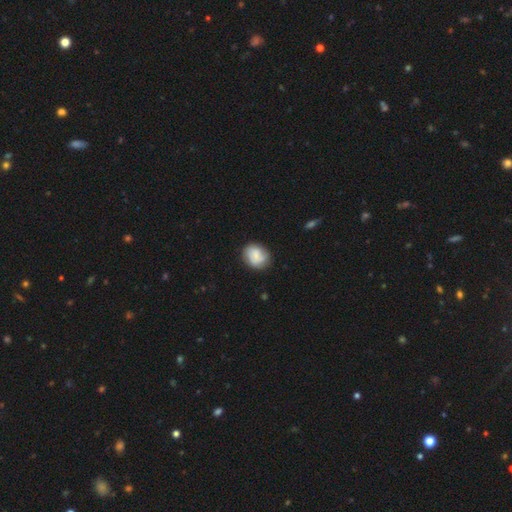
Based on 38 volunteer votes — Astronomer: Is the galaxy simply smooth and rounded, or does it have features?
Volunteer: smooth — 84%.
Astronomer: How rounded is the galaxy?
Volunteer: in between — 66%.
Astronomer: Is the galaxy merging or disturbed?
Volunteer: none — 65%.